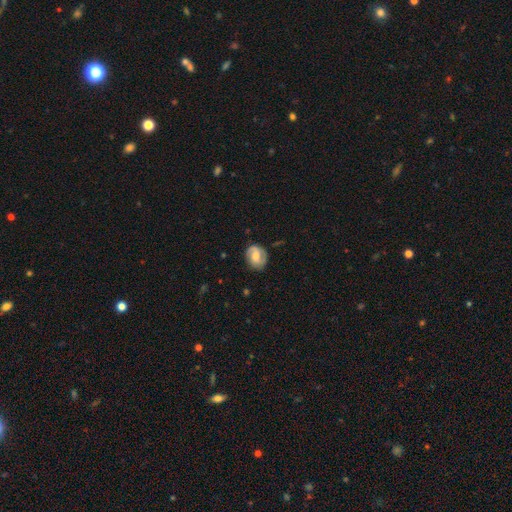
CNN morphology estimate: Q: Smooth or featured?
A: featured or disk (58%); runner-up: smooth (35%)
Q: Edge-on disk?
A: no (97%); runner-up: yes (3%)
Q: Bar?
A: weak (47%); runner-up: no (37%)
Q: Spiral arms?
A: yes (86%); runner-up: no (14%)
Q: Bulge size?
A: moderate (51%); runner-up: small (25%)
Q: Merging?
A: none (77%); runner-up: minor disturbance (17%)